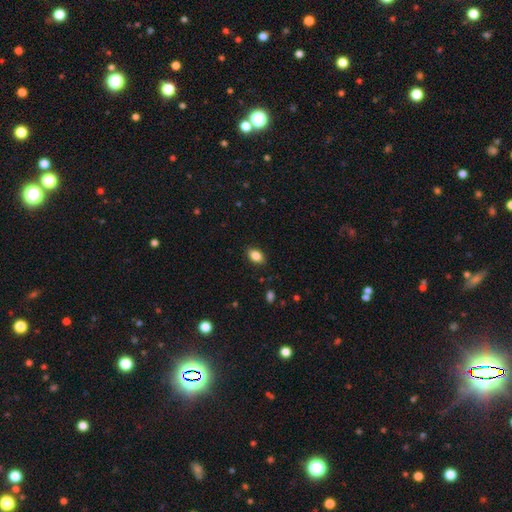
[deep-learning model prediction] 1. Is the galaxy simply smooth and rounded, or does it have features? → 86% smooth, 9% star or artifact, 6% featured or disk.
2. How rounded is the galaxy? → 88% in between, 11% round, 2% cigar-shaped.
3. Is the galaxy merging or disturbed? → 88% none, 9% minor disturbance, 2% major disturbance, 1% merger.